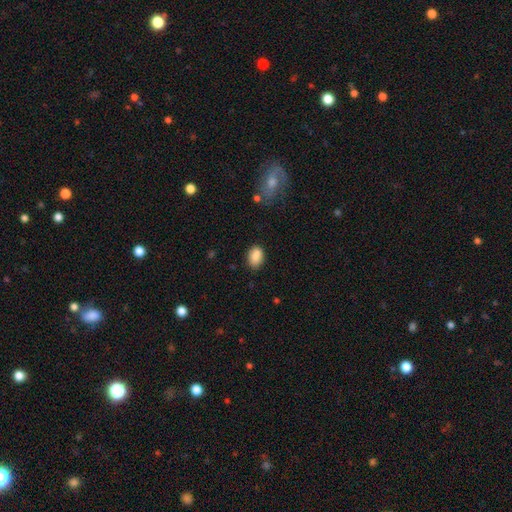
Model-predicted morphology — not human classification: The model was most divided on "merging": none: 76%, minor disturbance: 17%, major disturbance: 4%, merger: 3%. More confident: smooth or featured — smooth (87%); how rounded — in between (83%).